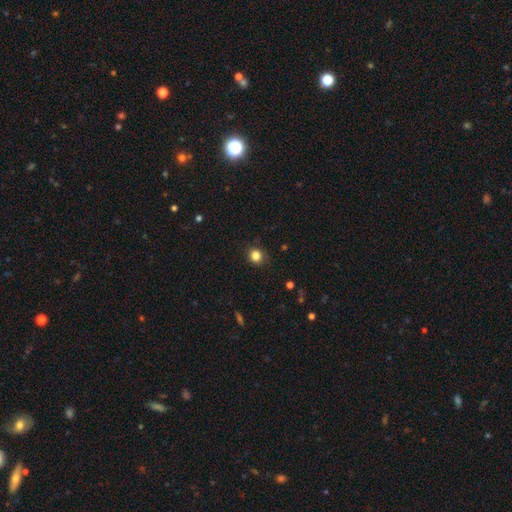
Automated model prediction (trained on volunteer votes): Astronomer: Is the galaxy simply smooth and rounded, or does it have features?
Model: smooth — 83%.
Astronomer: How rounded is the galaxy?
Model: round — 79%.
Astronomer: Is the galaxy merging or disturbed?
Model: none — 85%.